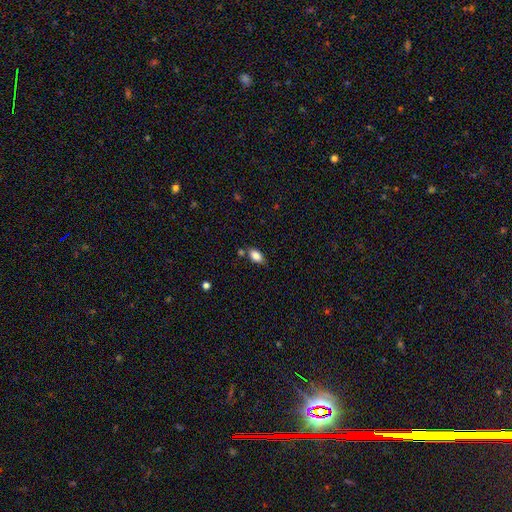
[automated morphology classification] Smooth or featured: smooth — 84% (star or artifact — 8%)
How rounded: in between — 90% (round — 7%)
Merging: none — 73% (minor disturbance — 16%)